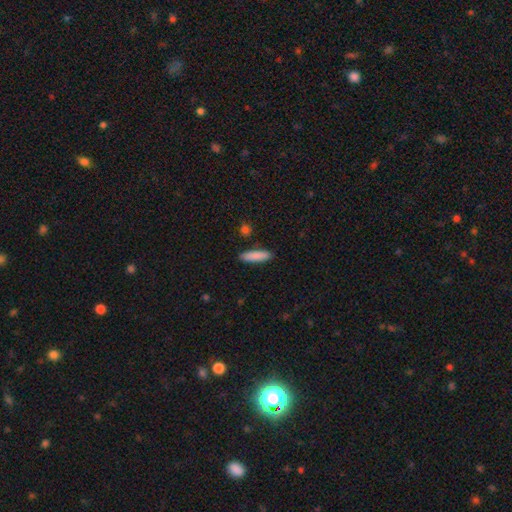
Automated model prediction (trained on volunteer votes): Q: Smooth or featured?
A: smooth (87%); runner-up: featured or disk (8%)
Q: How rounded?
A: cigar-shaped (72%); runner-up: in between (26%)
Q: Merging?
A: none (88%); runner-up: minor disturbance (8%)